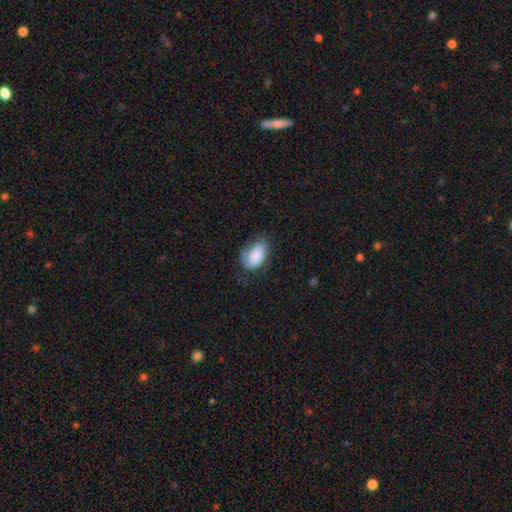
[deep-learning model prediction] Smooth or featured: smooth — 78% (featured or disk — 15%)
How rounded: in between — 90% (round — 9%)
Merging: none — 55% (minor disturbance — 30%)